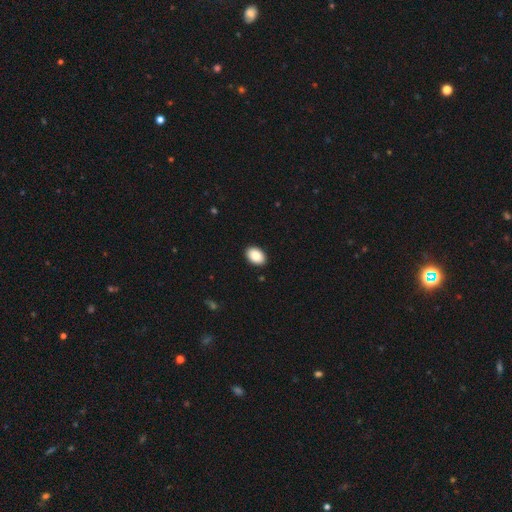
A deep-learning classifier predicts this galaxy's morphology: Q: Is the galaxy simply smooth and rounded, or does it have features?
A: smooth — 90%.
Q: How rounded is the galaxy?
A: in between — 86%.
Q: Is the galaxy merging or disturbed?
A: none — 91%.